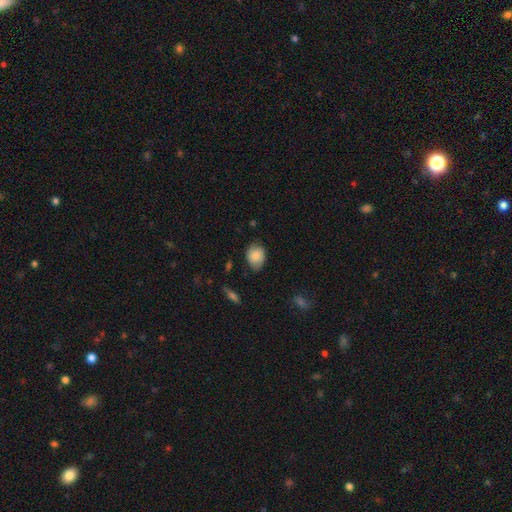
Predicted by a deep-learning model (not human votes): Smooth or featured?
  - smooth: 79% *
  - featured or disk: 13%
  - star or artifact: 7%
How rounded?
  - in between: 62% *
  - round: 37%
  - cigar-shaped: 1%
Merging?
  - none: 69% *
  - minor disturbance: 25%
  - major disturbance: 5%
  - merger: 1%